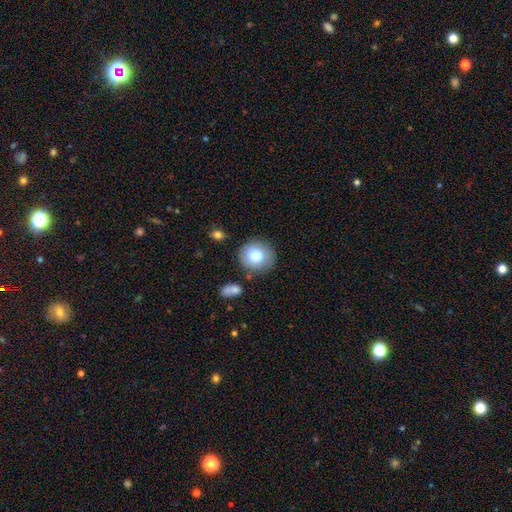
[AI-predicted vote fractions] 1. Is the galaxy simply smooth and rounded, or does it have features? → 77% smooth, 14% featured or disk, 9% star or artifact.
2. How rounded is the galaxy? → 88% round, 11% in between, 1% cigar-shaped.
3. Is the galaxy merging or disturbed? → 82% none, 10% minor disturbance, 4% merger, 3% major disturbance.